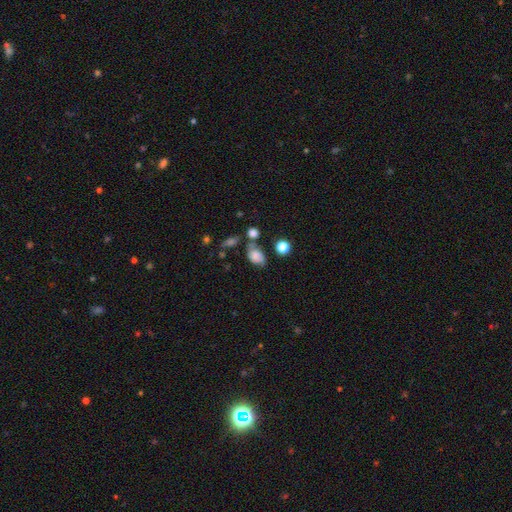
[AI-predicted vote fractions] Smooth or featured?
  - smooth: 72% *
  - featured or disk: 17%
  - star or artifact: 11%
How rounded?
  - in between: 78% *
  - round: 20%
  - cigar-shaped: 2%
Merging?
  - none: 47% *
  - minor disturbance: 24%
  - merger: 19%
  - major disturbance: 10%